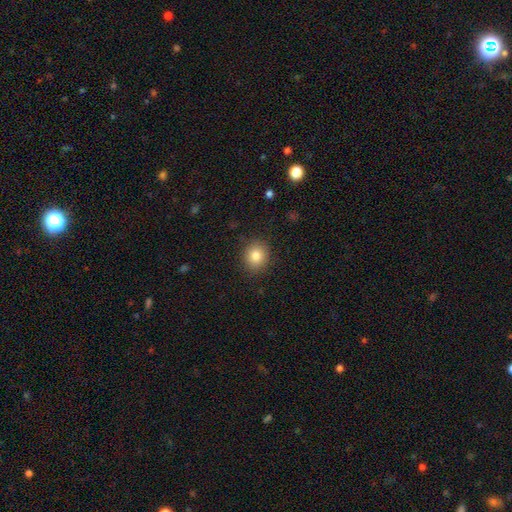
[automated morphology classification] type=smooth (82%); roundness=round (76%); merging=none (88%).